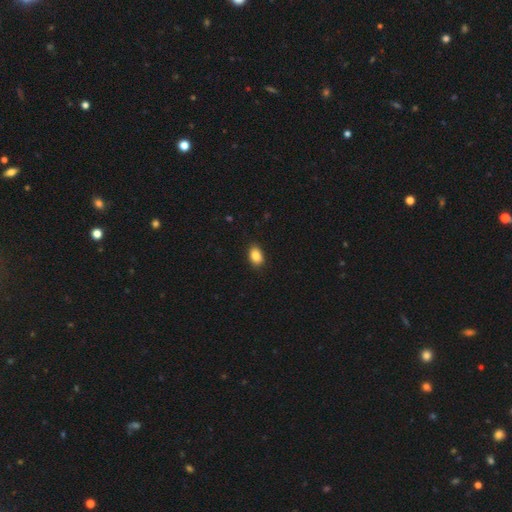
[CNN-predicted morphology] type=smooth (87%); roundness=in between (84%); merging=none (88%).